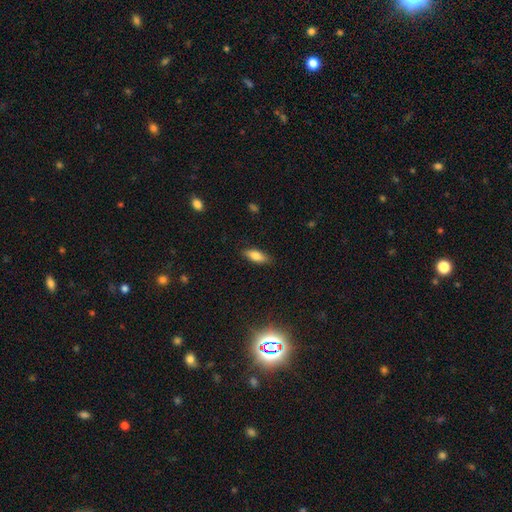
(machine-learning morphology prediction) A smooth galaxy with no disk features (81%) that is in between round and cigar-shaped (75%). Merging: none (85%).